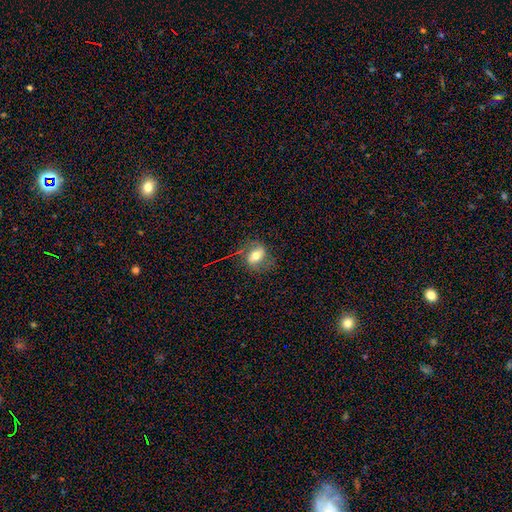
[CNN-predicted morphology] A smooth galaxy with no disk features (46%). Merging: none (67%).